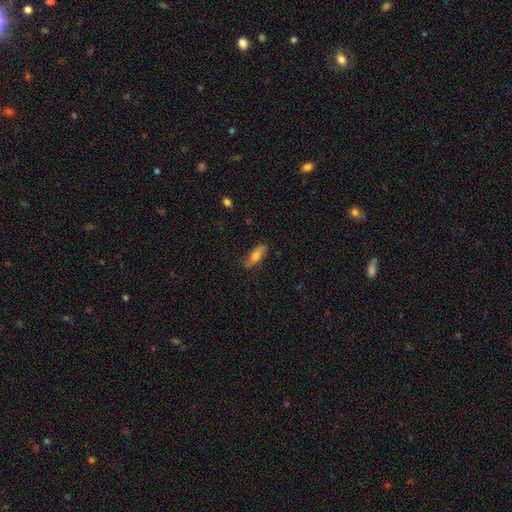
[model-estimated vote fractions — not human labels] Q: Smooth or featured?
A: smooth (71%); runner-up: featured or disk (23%)
Q: How rounded?
A: in between (60%); runner-up: cigar-shaped (37%)
Q: Merging?
A: none (80%); runner-up: minor disturbance (16%)